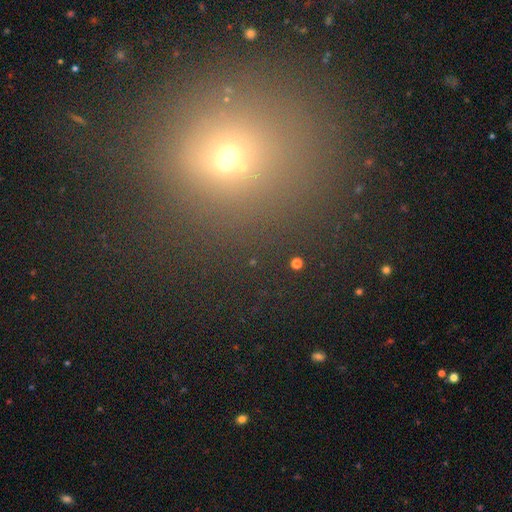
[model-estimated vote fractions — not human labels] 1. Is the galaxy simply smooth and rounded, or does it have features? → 50% smooth, 40% star or artifact, 11% featured or disk.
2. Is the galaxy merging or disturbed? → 75% none, 11% minor disturbance, 7% major disturbance, 7% merger.